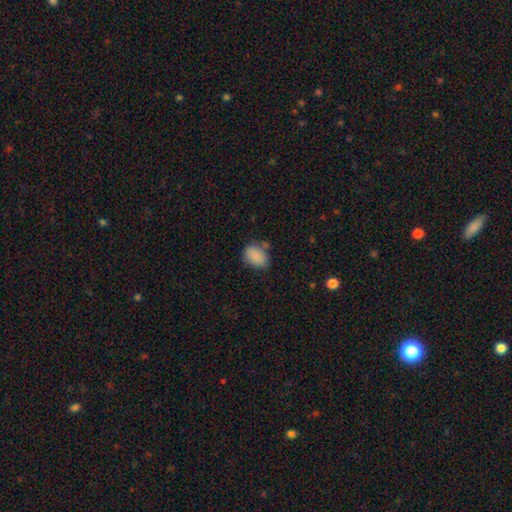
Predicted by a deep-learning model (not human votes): smooth_or_featured: smooth (p=0.86) [alt: star or artifact p=0.09]
how_rounded: in between (p=0.75) [alt: round p=0.24]
merging: none (p=0.65) [alt: minor disturbance p=0.22]